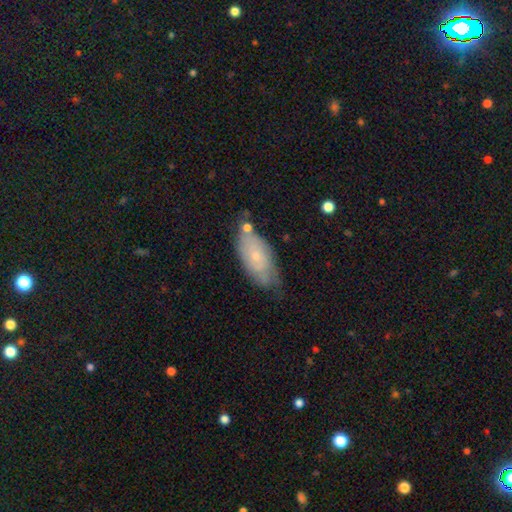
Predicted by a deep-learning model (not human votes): This appears to be a smooth galaxy with no disk features (50%). Merging: none (54%).